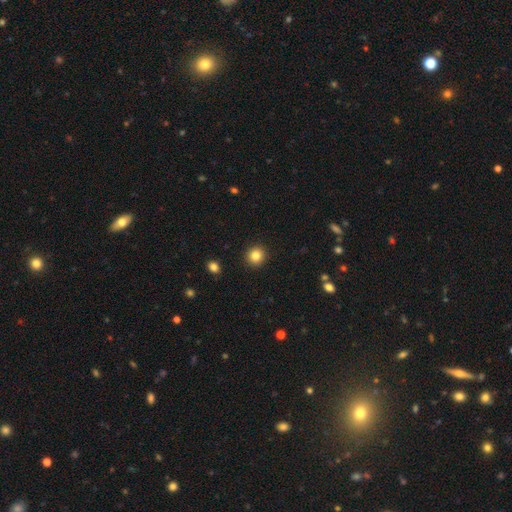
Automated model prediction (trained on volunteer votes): Smooth or featured? Predicted: smooth (p=0.83). How rounded? Predicted: round (p=0.91). Merging? Predicted: none (p=0.92).